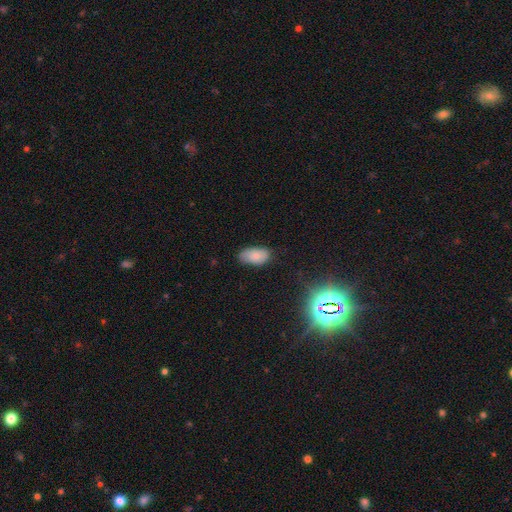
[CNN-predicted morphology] smooth_or_featured: smooth (p=0.78) [alt: featured or disk p=0.11]
how_rounded: in between (p=0.93) [alt: round p=0.05]
merging: none (p=0.72) [alt: minor disturbance p=0.22]